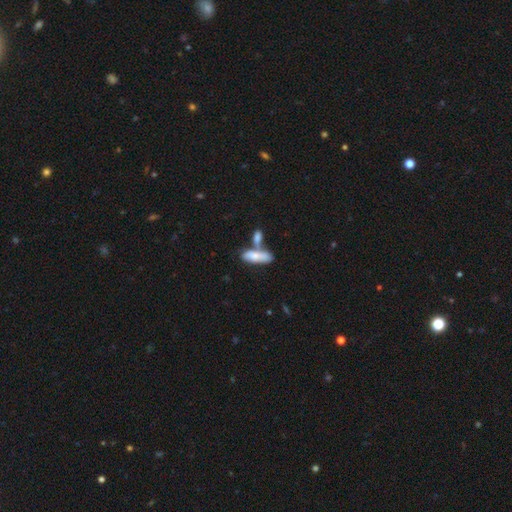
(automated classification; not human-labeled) This appears to be a smooth galaxy with no disk features (72%) that is in between round and cigar-shaped (63%). Merging: merger (44%).